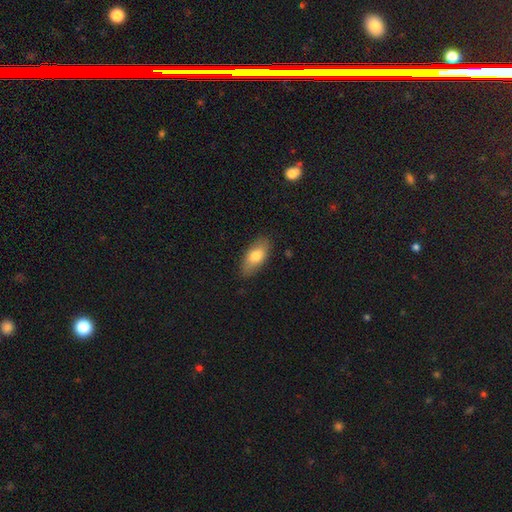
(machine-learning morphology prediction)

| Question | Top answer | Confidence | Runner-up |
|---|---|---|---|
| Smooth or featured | smooth | 76% | featured or disk (17%) |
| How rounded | in between | 88% | cigar-shaped (9%) |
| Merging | none | 85% | minor disturbance (12%) |